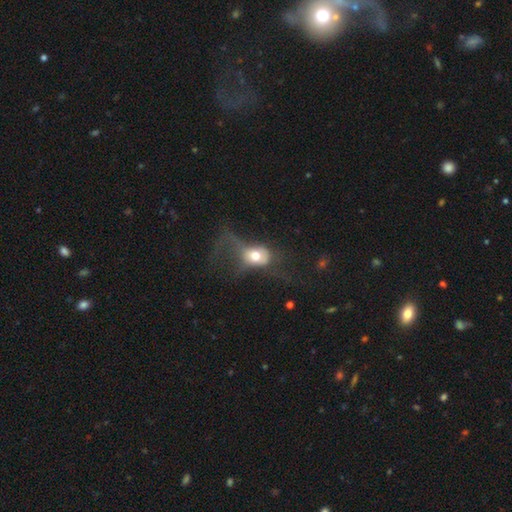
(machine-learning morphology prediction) smooth 61%, featured or disk 29%, star or artifact 10%. Down the decision tree: how rounded — in between (52%); merging — major disturbance (66%).